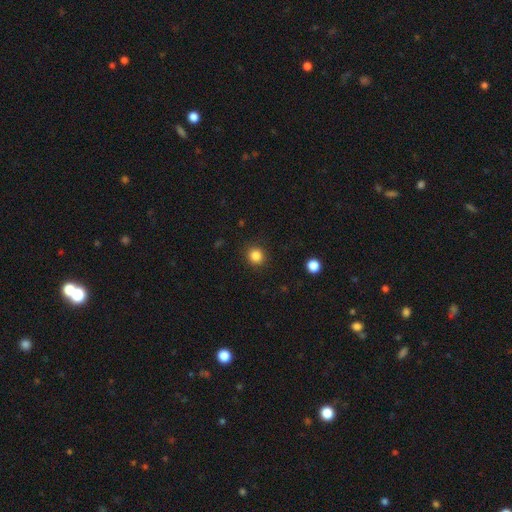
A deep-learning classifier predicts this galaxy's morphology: A smooth galaxy with no disk features (85%) that is round (89%). Merging: none (90%).